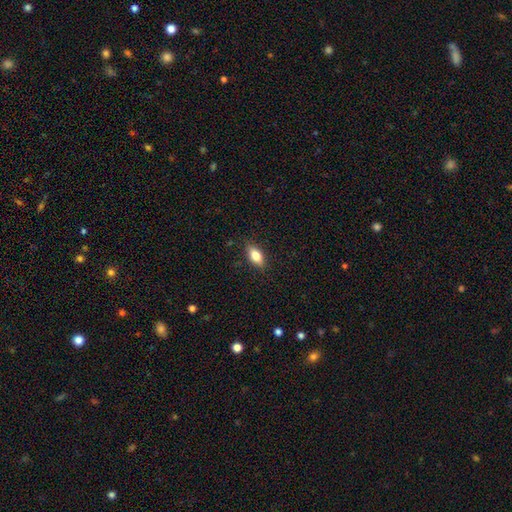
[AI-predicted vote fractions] A smooth galaxy with no disk features (77%) that is in between round and cigar-shaped (85%).

Vote fractions:
- Smooth or featured? smooth: 77% / featured or disk: 16% / star or artifact: 8%
- How rounded? in between: 85% / cigar-shaped: 11% / round: 5%
- Merging? none: 87% / minor disturbance: 10% / major disturbance: 2% / merger: 1%